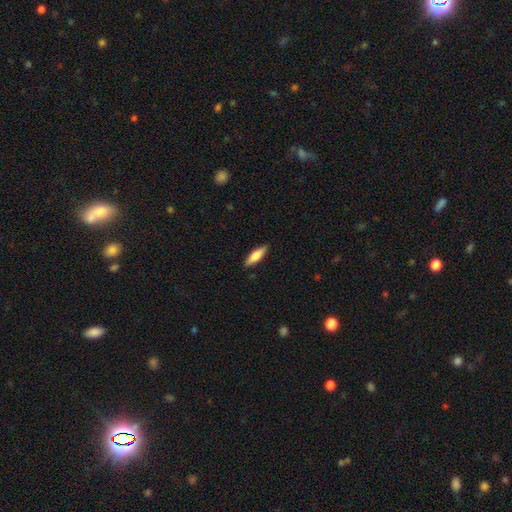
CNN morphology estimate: Smooth or featured: smooth — 68% (featured or disk — 27%)
How rounded: cigar-shaped — 53% (in between — 45%)
Merging: none — 89% (minor disturbance — 8%)